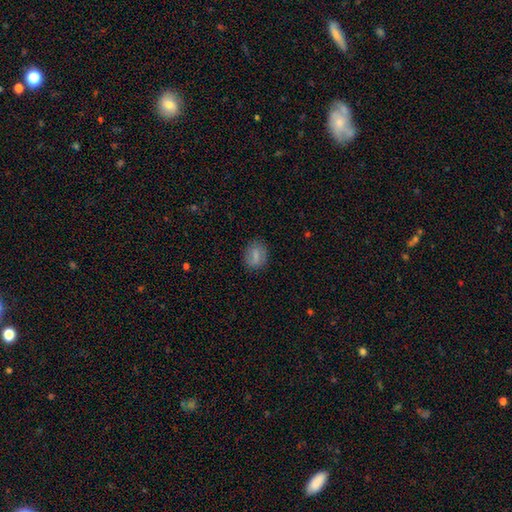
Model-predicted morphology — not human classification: This appears to be a smooth galaxy with no disk features (72%) that is round (51%). Merging: none (83%).